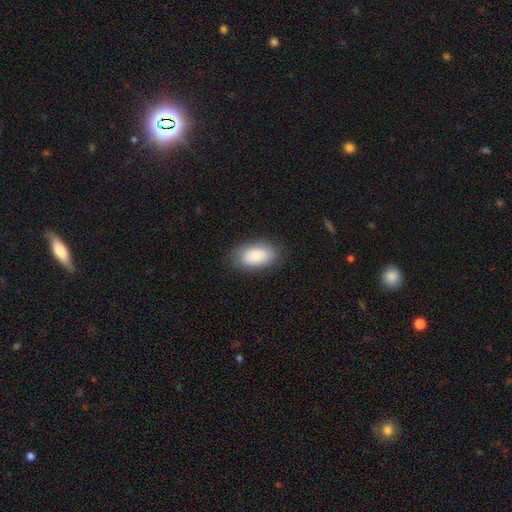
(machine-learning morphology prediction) type=smooth (86%); roundness=in between (94%); merging=none (83%).